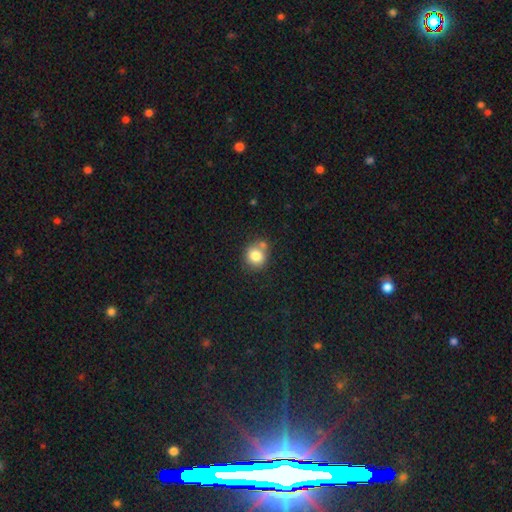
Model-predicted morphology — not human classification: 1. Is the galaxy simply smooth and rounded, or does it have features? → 81% smooth, 10% star or artifact, 9% featured or disk.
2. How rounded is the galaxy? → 84% round, 15% in between, 1% cigar-shaped.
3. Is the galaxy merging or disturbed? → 59% none, 23% merger, 13% minor disturbance, 4% major disturbance.